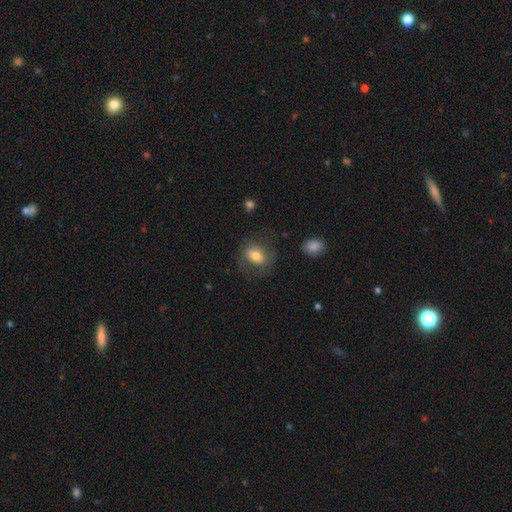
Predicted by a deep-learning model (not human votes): smooth 67%, featured or disk 25%, star or artifact 8%. Down the decision tree: how rounded — in between (66%); merging — none (64%).